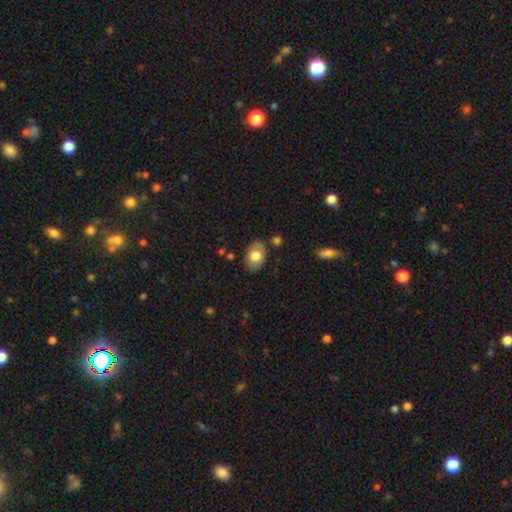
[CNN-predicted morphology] Overall: smooth (74%). How rounded: in between (85%). Merging: none (80%).